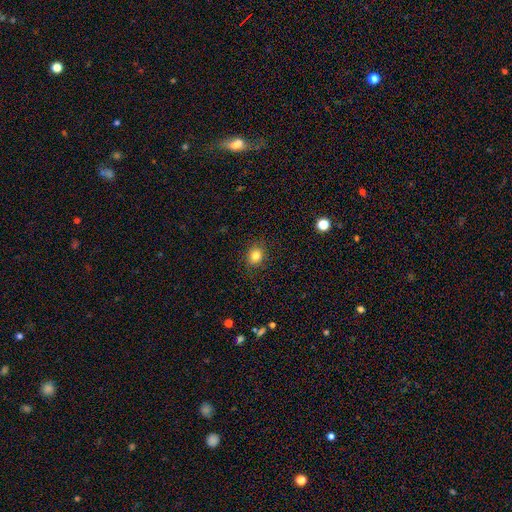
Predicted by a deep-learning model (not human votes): Smooth or featured?
  - smooth: 82% *
  - star or artifact: 11%
  - featured or disk: 7%
How rounded?
  - round: 56% *
  - in between: 43%
  - cigar-shaped: 1%
Merging?
  - none: 86% *
  - minor disturbance: 10%
  - major disturbance: 3%
  - merger: 1%